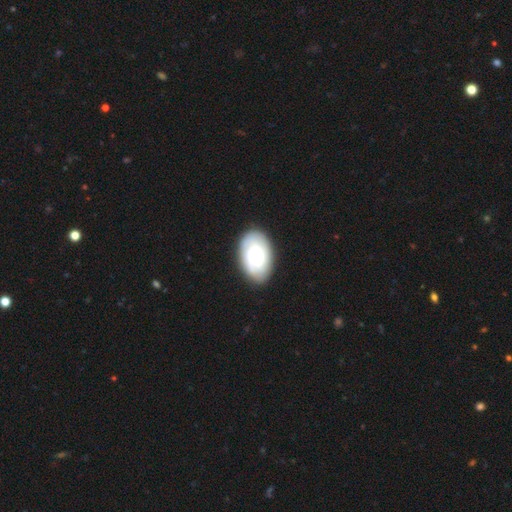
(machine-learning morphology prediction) This appears to be a smooth galaxy with no disk features (60%) that is in between round and cigar-shaped (90%). Merging: none (84%).